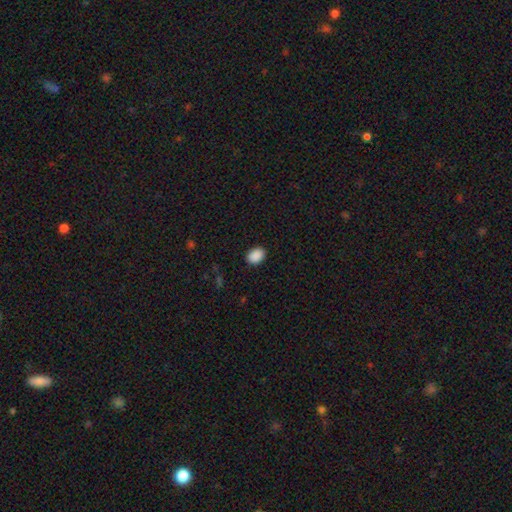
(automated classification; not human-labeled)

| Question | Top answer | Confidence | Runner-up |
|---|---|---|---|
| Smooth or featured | smooth | 90% | star or artifact (8%) |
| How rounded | in between | 74% | round (25%) |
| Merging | none | 90% | minor disturbance (7%) |